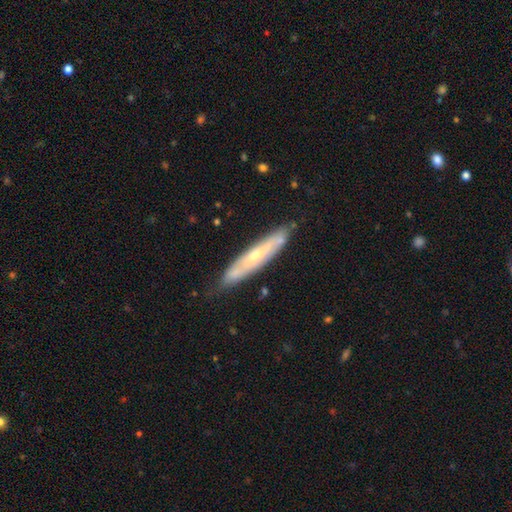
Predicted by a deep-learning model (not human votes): A featured or disk galaxy (57%) viewed edge-on (63%). Merging: none (77%).